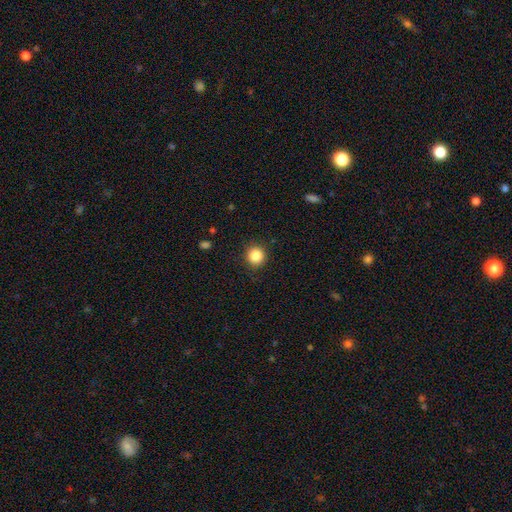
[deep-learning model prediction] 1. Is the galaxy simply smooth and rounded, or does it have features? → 86% smooth, 10% star or artifact, 4% featured or disk.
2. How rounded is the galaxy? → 93% round, 6% in between, 1% cigar-shaped.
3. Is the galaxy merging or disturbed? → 89% none, 7% minor disturbance, 2% major disturbance, 1% merger.